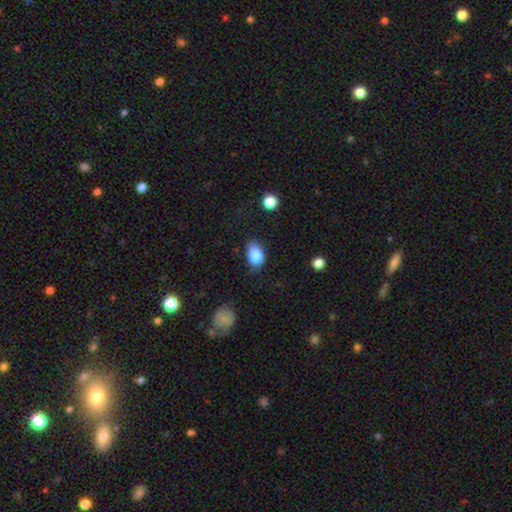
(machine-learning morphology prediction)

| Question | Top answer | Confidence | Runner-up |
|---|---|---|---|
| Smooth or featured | smooth | 85% | star or artifact (8%) |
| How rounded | in between | 87% | round (12%) |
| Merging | none | 61% | minor disturbance (30%) |